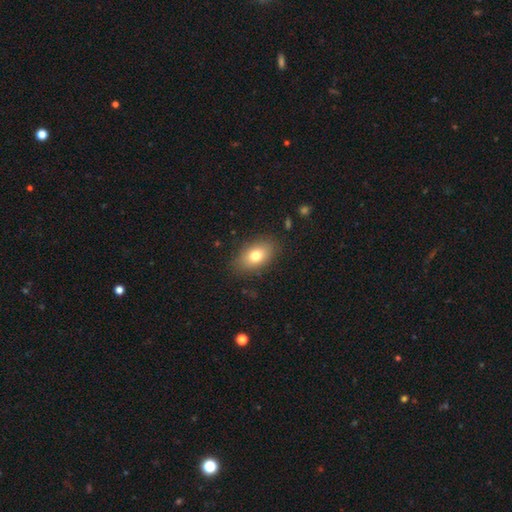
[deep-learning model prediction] Morphology: type=smooth (77%); roundness=in between (87%); merging=none (85%).